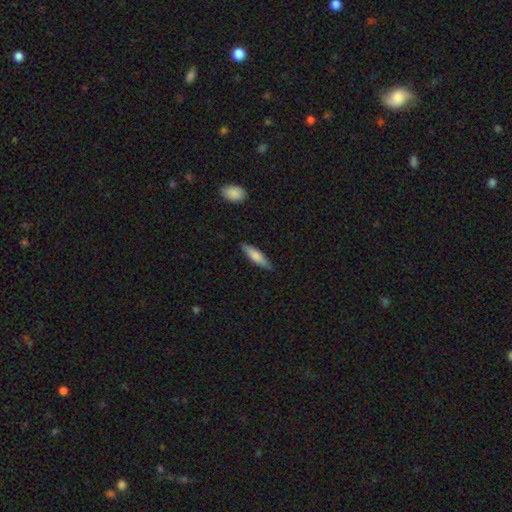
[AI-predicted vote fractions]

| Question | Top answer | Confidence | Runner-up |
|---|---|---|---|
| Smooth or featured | smooth | 72% | featured or disk (22%) |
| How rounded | cigar-shaped | 69% | in between (30%) |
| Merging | none | 85% | minor disturbance (12%) |